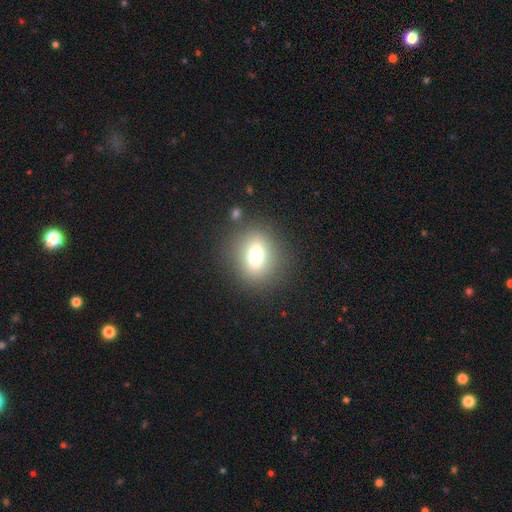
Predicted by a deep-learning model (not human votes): smooth_or_featured: smooth (p=0.71) [alt: featured or disk p=0.17]
how_rounded: in between (p=0.49) [alt: round p=0.48]
merging: none (p=0.83) [alt: minor disturbance p=0.09]